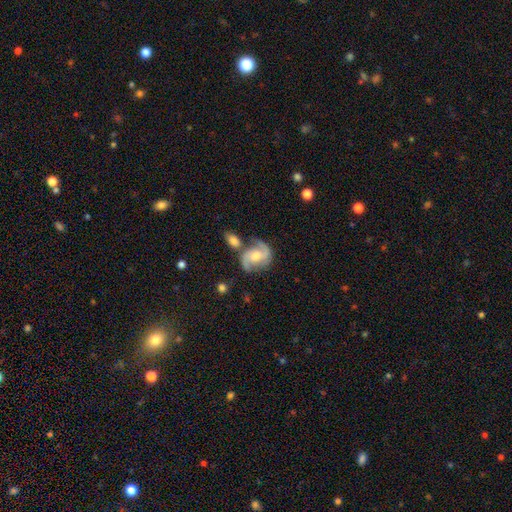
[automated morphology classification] smooth_or_featured: featured or disk (p=0.84) [alt: smooth p=0.11]
disk_edge_on: no (p=0.98) [alt: yes p=0.02]
bar: no (p=0.52) [alt: weak p=0.38]
has_spiral_arms: yes (p=0.96) [alt: no p=0.04]
spiral_winding: medium (p=0.55) [alt: loose p=0.25]
spiral_arm_count: 2 (p=0.91) [alt: can't tell p=0.03]
bulge_size: moderate (p=0.59) [alt: small p=0.28]
merging: none (p=0.57) [alt: merger p=0.20]